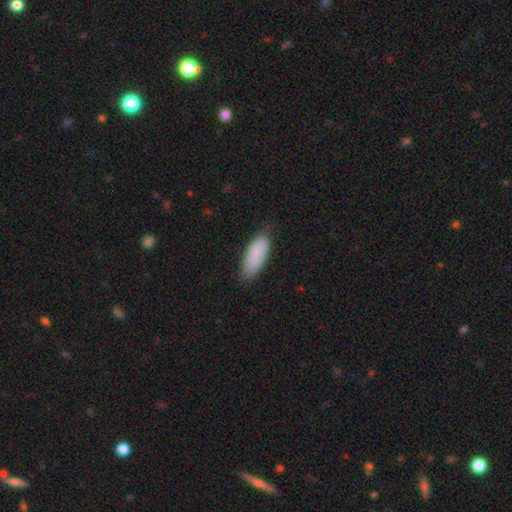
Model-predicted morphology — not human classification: Smooth or featured? Predicted: smooth (p=0.83). How rounded? Predicted: in between (p=0.81). Merging? Predicted: none (p=0.68).